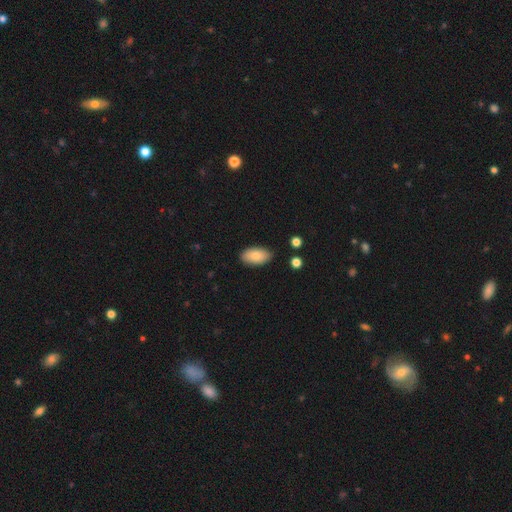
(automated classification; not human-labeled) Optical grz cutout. It shows a smooth galaxy with no disk features (81%) that is in between round and cigar-shaped (94%). Merging: none (85%).